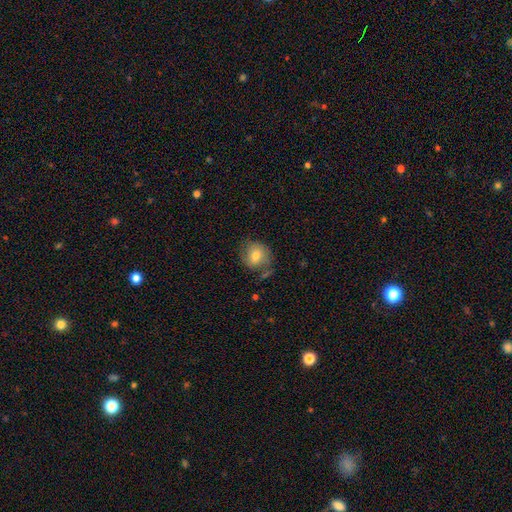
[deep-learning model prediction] A smooth galaxy with no disk features (74%) that is round (78%).

Vote fractions:
- Smooth or featured? smooth: 74% / featured or disk: 18% / star or artifact: 8%
- How rounded? round: 78% / in between: 21% / cigar-shaped: 1%
- Merging? none: 64% / minor disturbance: 22% / major disturbance: 9% / merger: 5%